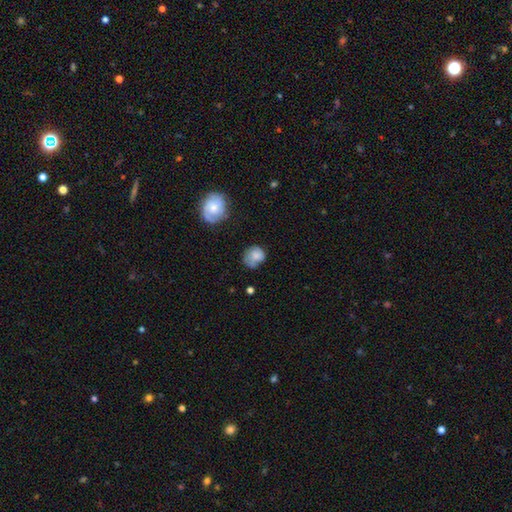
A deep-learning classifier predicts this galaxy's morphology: A smooth galaxy with no disk features (74%) that is round (68%). Merging: none (45%).